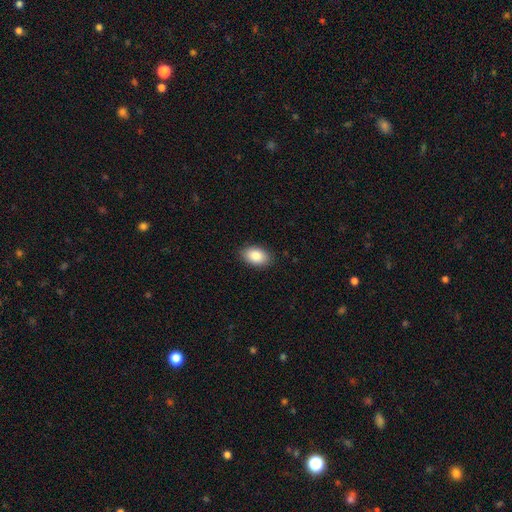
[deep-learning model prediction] smooth 87%, star or artifact 7%, featured or disk 6%. Down the decision tree: how rounded — in between (91%); merging — none (88%).